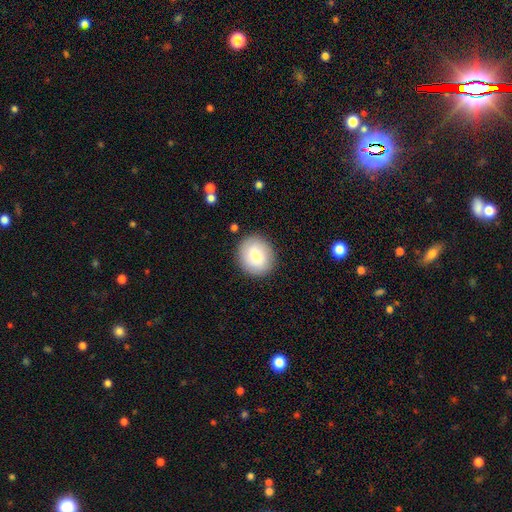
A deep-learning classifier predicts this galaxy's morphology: smooth 77%, featured or disk 16%, star or artifact 7%. Down the decision tree: how rounded — round (79%); merging — none (88%).